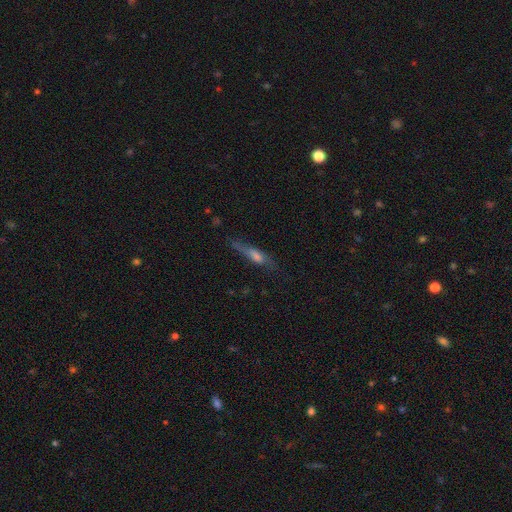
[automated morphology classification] Smooth or featured: featured or disk — 51% (smooth — 38%)
Edge-on disk: yes — 77% (no — 23%)
Merging: none — 63% (minor disturbance — 24%)